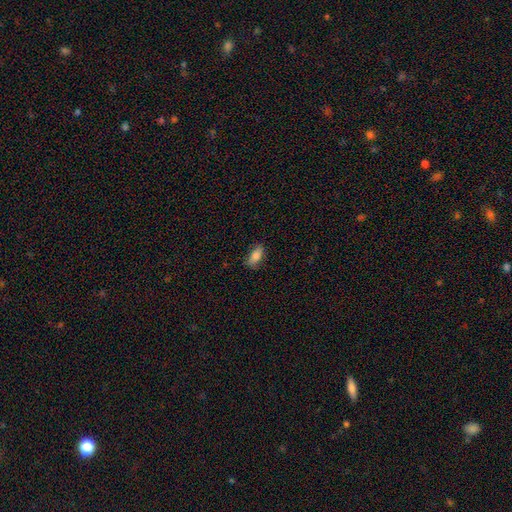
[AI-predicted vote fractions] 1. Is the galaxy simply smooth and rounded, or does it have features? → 81% smooth, 11% featured or disk, 8% star or artifact.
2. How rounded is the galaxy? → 83% in between, 13% cigar-shaped, 3% round.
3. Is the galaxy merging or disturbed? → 80% none, 16% minor disturbance, 3% major disturbance, 1% merger.